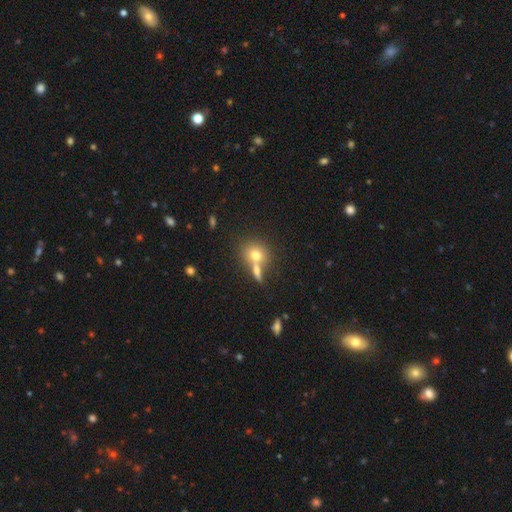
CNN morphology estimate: smooth_or_featured: smooth (p=0.73) [alt: featured or disk p=0.16]
how_rounded: round (p=0.70) [alt: in between p=0.28]
merging: none (p=0.45) [alt: merger p=0.41]